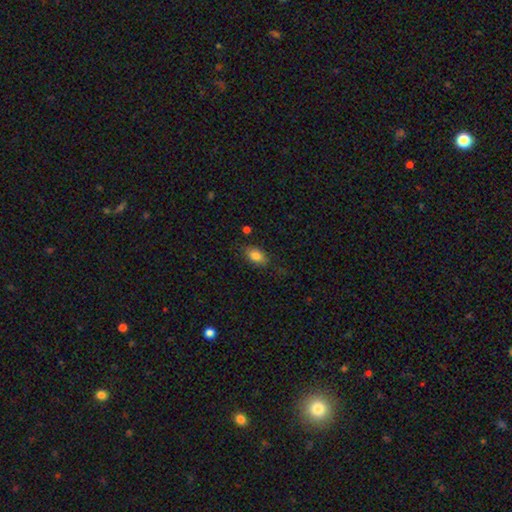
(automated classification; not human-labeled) Smooth or featured? smooth (83%)
How rounded? in between (88%)
Merging? none (80%)